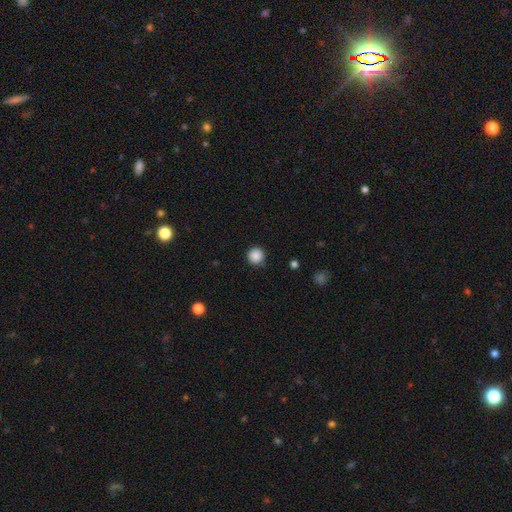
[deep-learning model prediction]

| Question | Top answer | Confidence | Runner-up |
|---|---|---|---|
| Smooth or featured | smooth | 87% | star or artifact (10%) |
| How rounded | round | 95% | in between (4%) |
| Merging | none | 88% | minor disturbance (8%) |